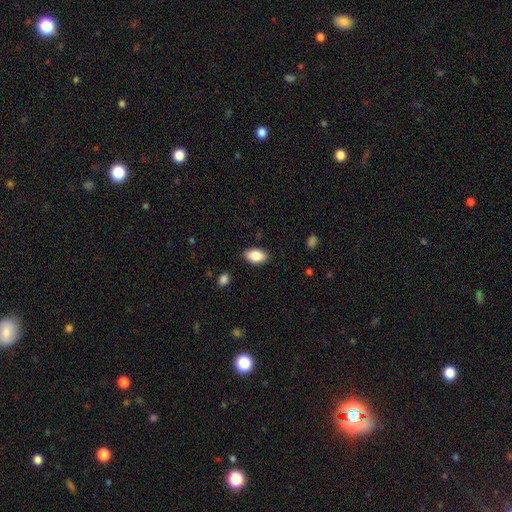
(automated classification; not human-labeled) This appears to be a smooth galaxy with no disk features (87%) that is in between round and cigar-shaped (92%). Merging: none (87%).